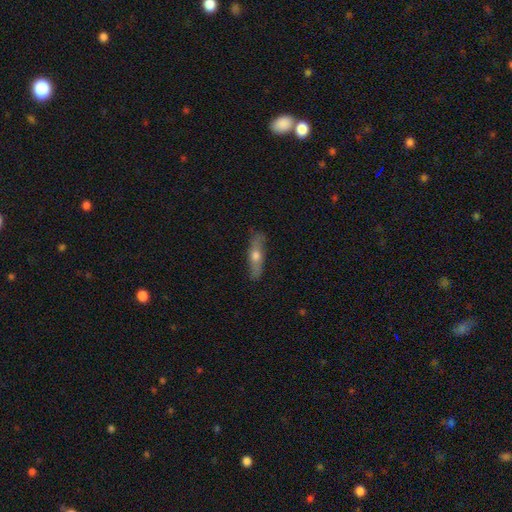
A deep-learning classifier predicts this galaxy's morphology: Smooth or featured? Predicted: smooth (p=0.48). Merging? Predicted: none (p=0.83).